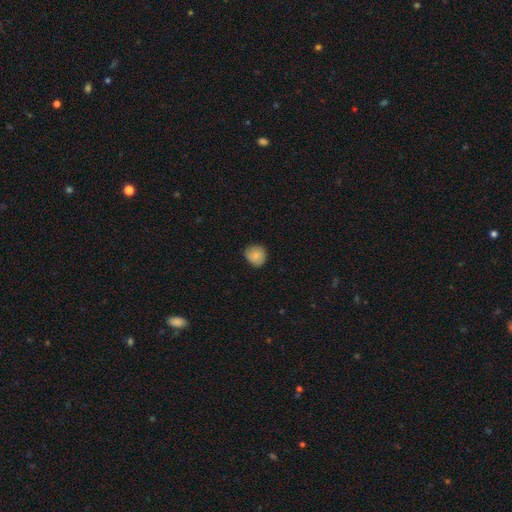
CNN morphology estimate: This is clearly a smooth galaxy (85%). How rounded: clearly round (86%). Merging: likely none (80%).